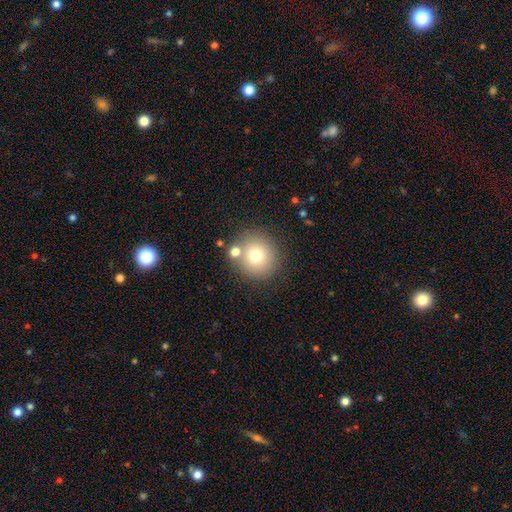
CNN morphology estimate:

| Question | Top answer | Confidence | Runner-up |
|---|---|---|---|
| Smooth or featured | smooth | 74% | featured or disk (13%) |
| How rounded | round | 93% | in between (6%) |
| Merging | none | 75% | merger (13%) |